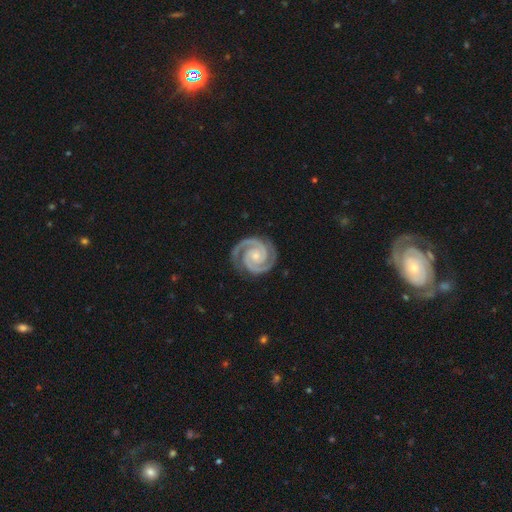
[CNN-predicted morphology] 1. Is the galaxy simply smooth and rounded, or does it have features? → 94% featured or disk, 4% star or artifact, 3% smooth.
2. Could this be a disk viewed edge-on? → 98% no, 2% yes.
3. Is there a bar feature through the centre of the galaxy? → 69% no, 21% weak, 10% strong.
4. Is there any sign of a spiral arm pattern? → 99% yes, 1% no.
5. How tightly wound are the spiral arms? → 76% tight, 22% medium, 2% loose.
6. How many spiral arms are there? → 93% 2, 3% 3, 1% can't tell, 1% 1, 1% 4, 1% more than 4.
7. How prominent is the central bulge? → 60% small, 31% moderate, 7% none, 2% large, 1% dominant.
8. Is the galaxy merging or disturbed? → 86% none, 10% minor disturbance, 2% major disturbance, 1% merger.